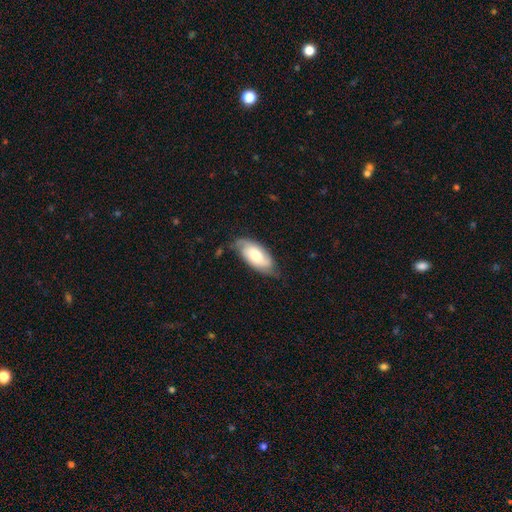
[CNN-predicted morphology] type=featured or disk (51%); edge-on=no (88%); merging=none (66%).